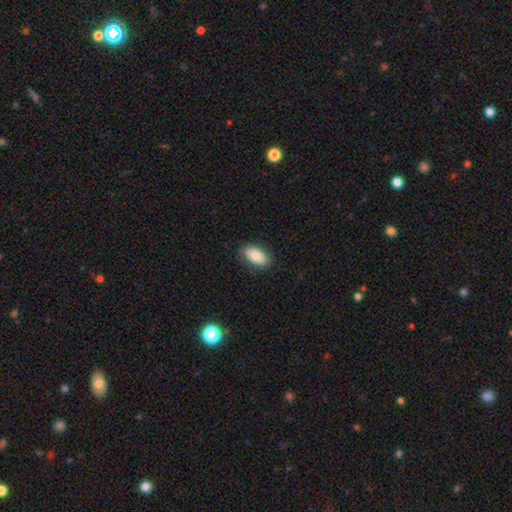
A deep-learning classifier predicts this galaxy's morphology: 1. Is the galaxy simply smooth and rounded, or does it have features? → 82% smooth, 11% featured or disk, 7% star or artifact.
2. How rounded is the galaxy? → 92% in between, 4% cigar-shaped, 4% round.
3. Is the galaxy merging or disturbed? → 83% none, 13% minor disturbance, 3% major disturbance, 1% merger.